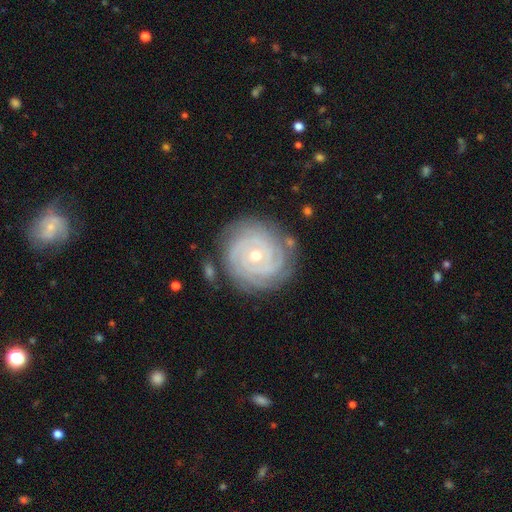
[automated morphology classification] Smooth or featured: featured or disk — 89% (smooth — 6%)
Edge-on disk: no — 98% (yes — 2%)
Bar: no — 75% (weak — 18%)
Spiral arms: yes — 98% (no — 2%)
Spiral winding: tight — 89% (medium — 9%)
Spiral arm count: 3 — 26% (4 — 21%)
Bulge size: small — 55% (moderate — 42%)
Merging: none — 81% (minor disturbance — 13%)